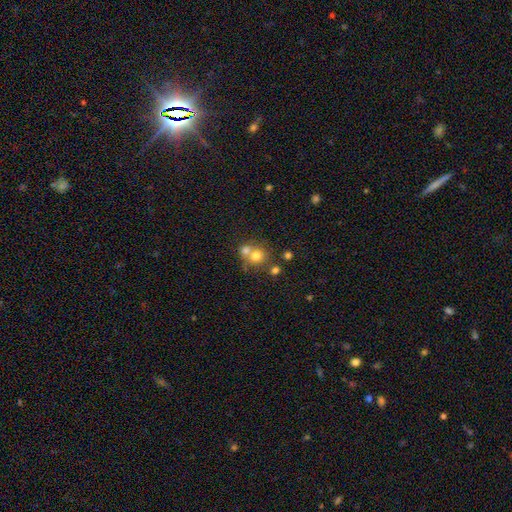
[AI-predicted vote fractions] A smooth galaxy with no disk features (72%) that is round (82%). Merging: merger (49%).